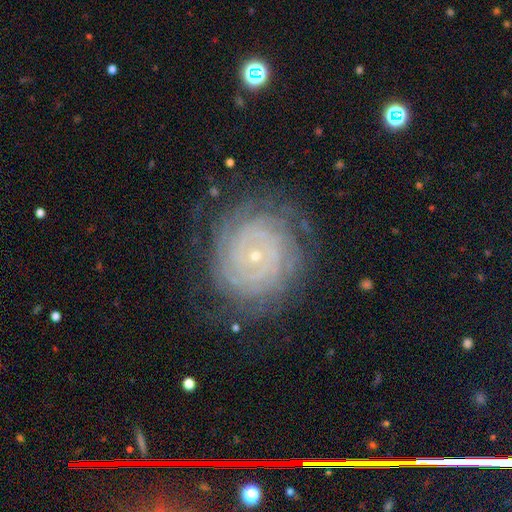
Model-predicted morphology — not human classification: smooth-or-featured: featured or disk: 83% | smooth: 9% | star or artifact: 8%
  disk-edge-on: no: 97% | yes: 3%
    bar: no: 78% | weak: 16% | strong: 6%
    has-spiral-arms: yes: 96% | no: 4%
      spiral-winding: tight: 88% | medium: 10% | loose: 2%
      spiral-arm-count: can't tell: 34% | 4: 17% | more than 4: 16% | 2: 15% | 3: 12% | 1: 7%
    bulge-size: small: 86% | moderate: 11% | none: 1% | large: 1% | dominant: 1%
  merging: none: 79% | minor disturbance: 14% | major disturbance: 6% | merger: 1%